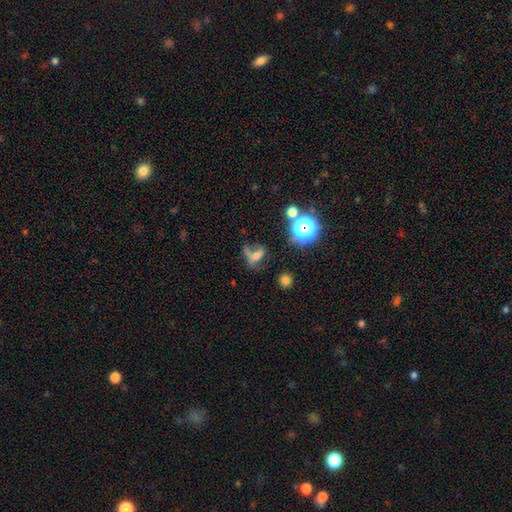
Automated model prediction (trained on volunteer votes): Morphology: type=smooth (43%); merging=none (41%).